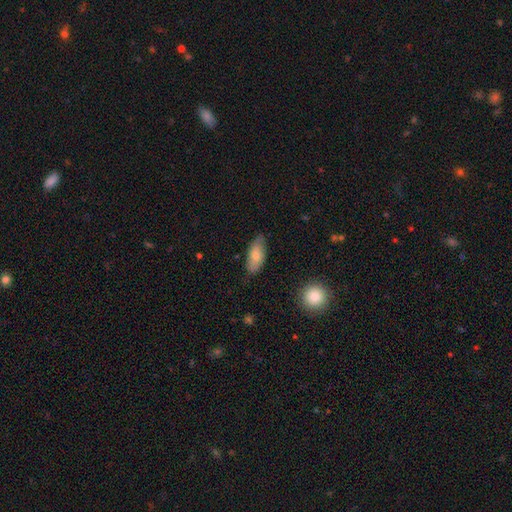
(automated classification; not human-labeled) Morphology: type=smooth (76%); roundness=in between (87%); merging=none (75%).